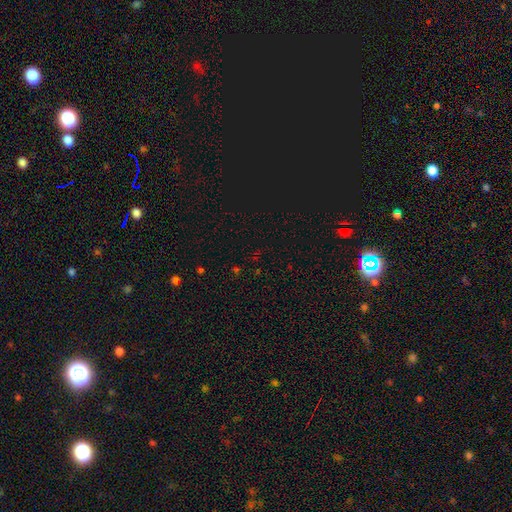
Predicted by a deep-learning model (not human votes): Smooth or featured?
  - star or artifact: 67% *
  - smooth: 25%
  - featured or disk: 7%